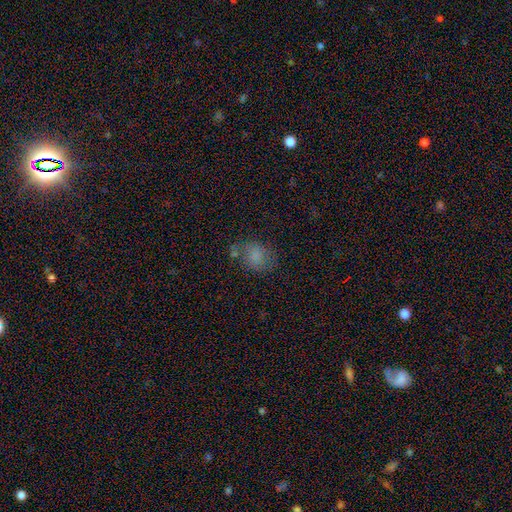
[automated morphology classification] This appears to be a smooth galaxy with no disk features (74%) that is in between round and cigar-shaped (54%). Merging: none (60%).